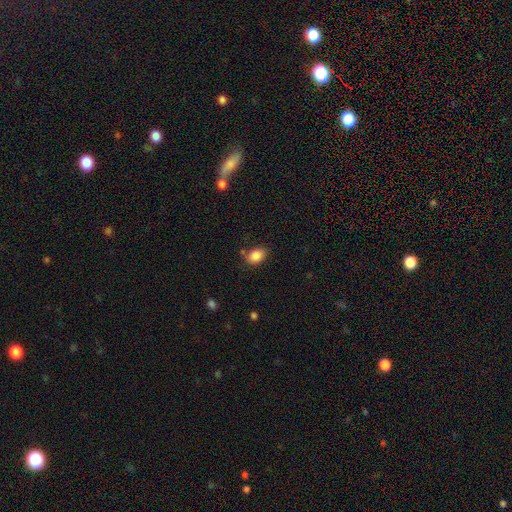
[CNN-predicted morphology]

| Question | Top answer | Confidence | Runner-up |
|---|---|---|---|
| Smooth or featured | smooth | 86% | star or artifact (9%) |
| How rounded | in between | 79% | round (20%) |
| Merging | none | 74% | minor disturbance (17%) |